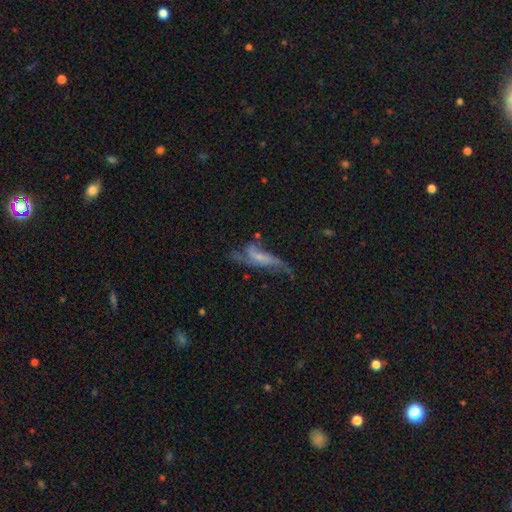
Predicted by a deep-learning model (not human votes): Morphology: type=featured or disk (65%); edge-on=no (74%); merging=none (41%).